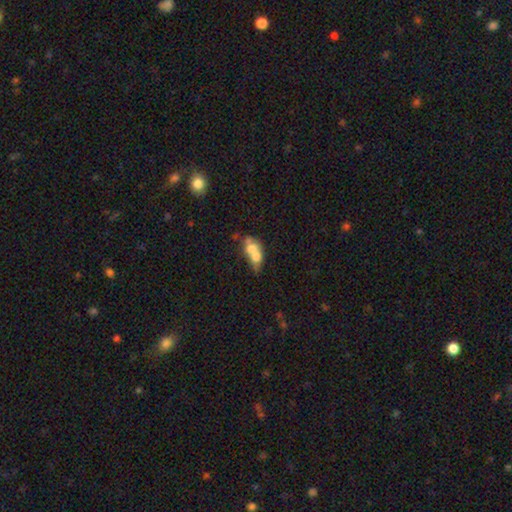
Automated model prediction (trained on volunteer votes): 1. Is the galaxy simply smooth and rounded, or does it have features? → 57% smooth, 32% featured or disk, 11% star or artifact.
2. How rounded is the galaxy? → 61% in between, 34% round, 5% cigar-shaped.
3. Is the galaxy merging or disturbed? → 67% merger, 18% none, 8% minor disturbance, 7% major disturbance.